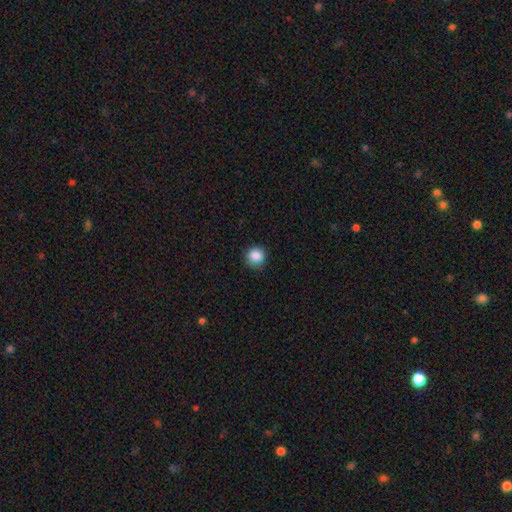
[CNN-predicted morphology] smooth_or_featured: smooth (p=0.88) [alt: star or artifact p=0.09]
how_rounded: round (p=0.93) [alt: in between p=0.06]
merging: none (p=0.85) [alt: minor disturbance p=0.12]